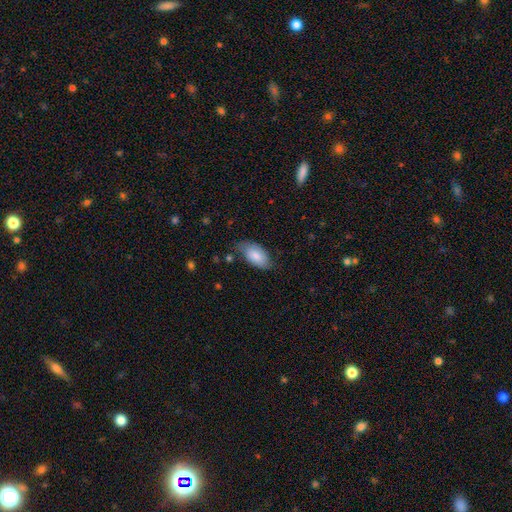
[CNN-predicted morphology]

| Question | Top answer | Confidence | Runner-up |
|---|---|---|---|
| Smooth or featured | smooth | 80% | featured or disk (14%) |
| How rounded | in between | 95% | round (3%) |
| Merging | none | 65% | minor disturbance (27%) |